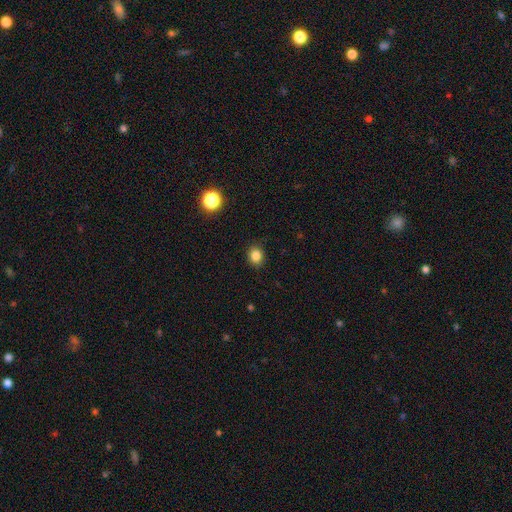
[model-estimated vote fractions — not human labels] Smooth or featured: smooth — 84% (star or artifact — 12%)
How rounded: round — 70% (in between — 29%)
Merging: none — 88% (minor disturbance — 8%)